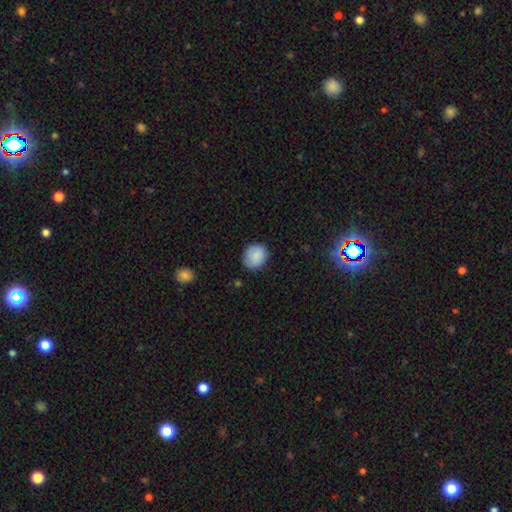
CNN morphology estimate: Overall: smooth (85%). How rounded: round (72%). Merging: none (79%).